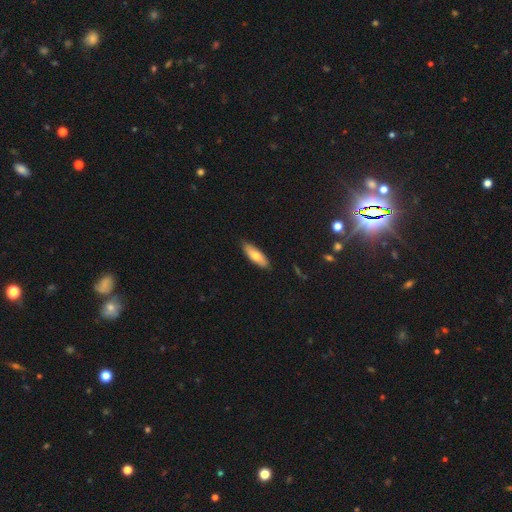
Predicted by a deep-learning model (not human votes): A smooth galaxy with no disk features (72%) that is in between round and cigar-shaped (59%).

Vote fractions:
- Smooth or featured? smooth: 72% / featured or disk: 22% / star or artifact: 6%
- How rounded? in between: 59% / cigar-shaped: 39% / round: 2%
- Merging? none: 85% / minor disturbance: 12% / major disturbance: 2% / merger: 1%